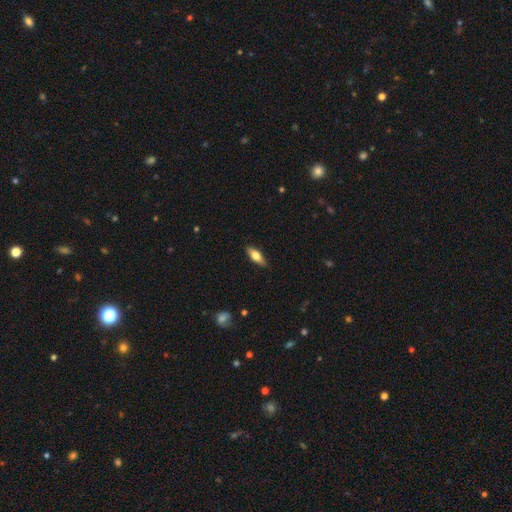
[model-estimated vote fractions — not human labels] Smooth or featured? Predicted: smooth (p=0.63). How rounded? Predicted: in between (p=0.64). Merging? Predicted: none (p=0.86).